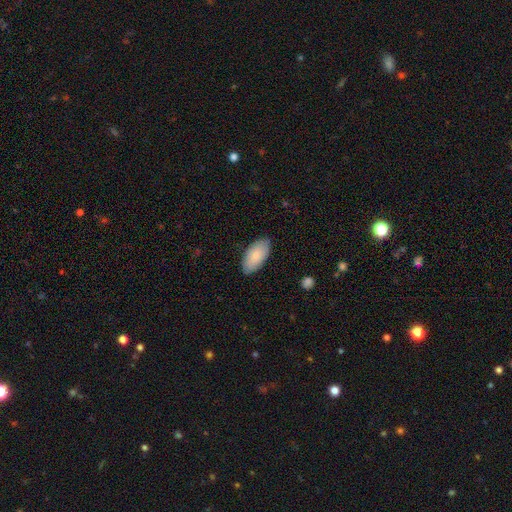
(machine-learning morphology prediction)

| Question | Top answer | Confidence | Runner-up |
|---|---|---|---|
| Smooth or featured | smooth | 85% | featured or disk (10%) |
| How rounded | in between | 94% | cigar-shaped (4%) |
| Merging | none | 85% | minor disturbance (12%) |